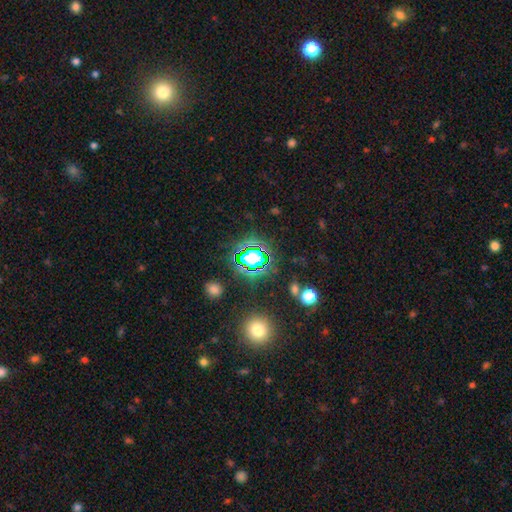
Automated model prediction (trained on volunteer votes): star or artifact 68%, smooth 21%, featured or disk 11%.